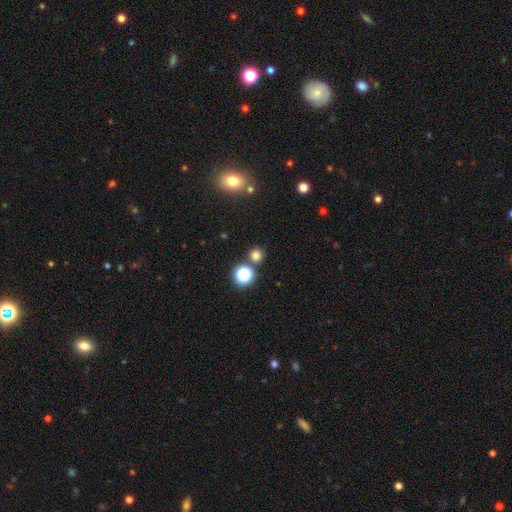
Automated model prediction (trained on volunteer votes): smooth-or-featured: smooth: 73% | star or artifact: 22% | featured or disk: 5%
  how-rounded: round: 93% | in between: 6% | cigar-shaped: 1%
  merging: none: 83% | merger: 8% | minor disturbance: 6% | major disturbance: 3%